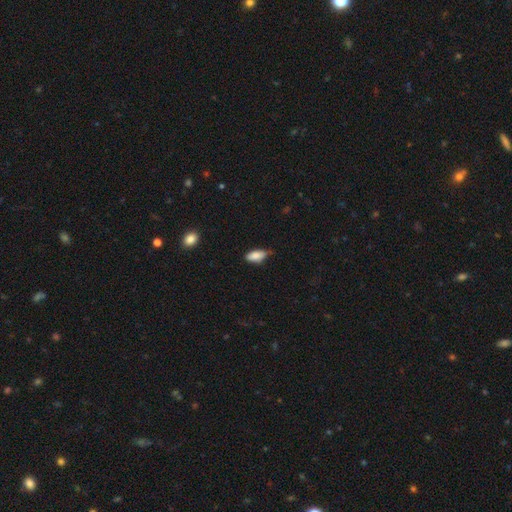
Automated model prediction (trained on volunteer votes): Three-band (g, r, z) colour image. It shows a smooth galaxy with no disk features (84%) that is in between round and cigar-shaped (85%). Merging: none (55%).